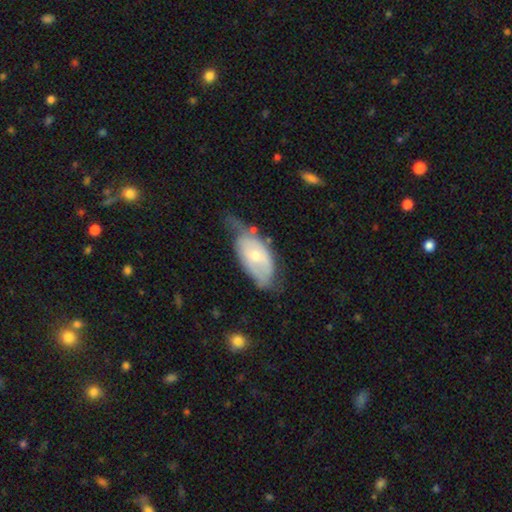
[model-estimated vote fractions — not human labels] Overall: featured or disk (53%; smooth 42%). Edge-on disk: no (89%). Merging: minor disturbance (39%; none 31%).